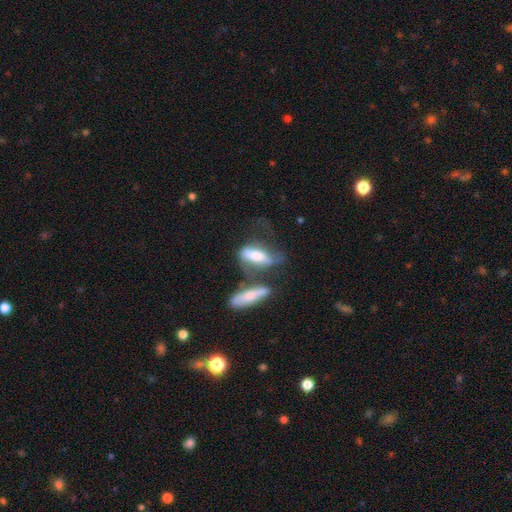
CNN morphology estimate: This appears to be a smooth galaxy with no disk features (55%) that is in between round and cigar-shaped (62%). Merging: merger (37%).